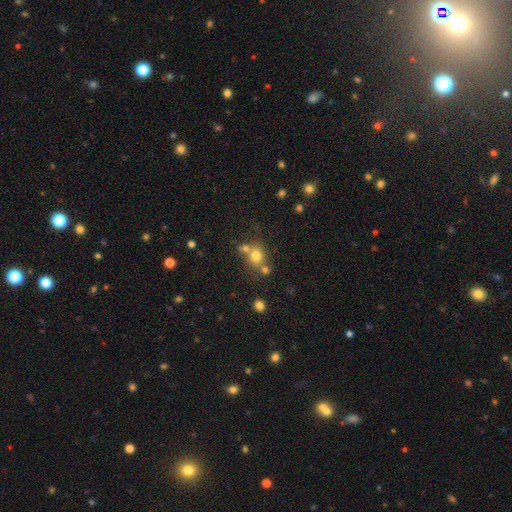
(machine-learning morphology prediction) Smooth or featured? Predicted: smooth (p=0.75). How rounded? Predicted: round (p=0.76). Merging? Predicted: none (p=0.55).